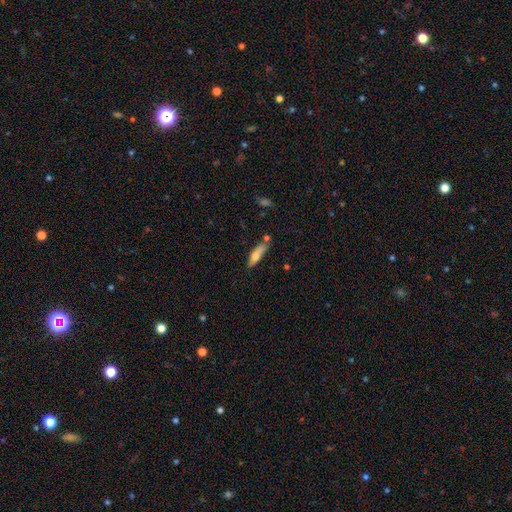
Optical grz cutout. It shows a smooth galaxy with no disk features (76%) that is cigar-shaped (57%). Merging: none (54%).